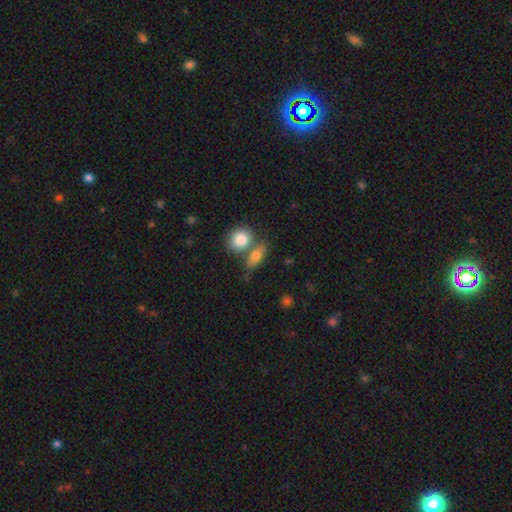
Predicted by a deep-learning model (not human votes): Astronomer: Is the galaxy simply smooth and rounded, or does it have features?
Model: smooth — 78%.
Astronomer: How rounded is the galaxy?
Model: in between — 70%.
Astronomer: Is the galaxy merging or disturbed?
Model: none — 49% (runner-up: merger, 34%).